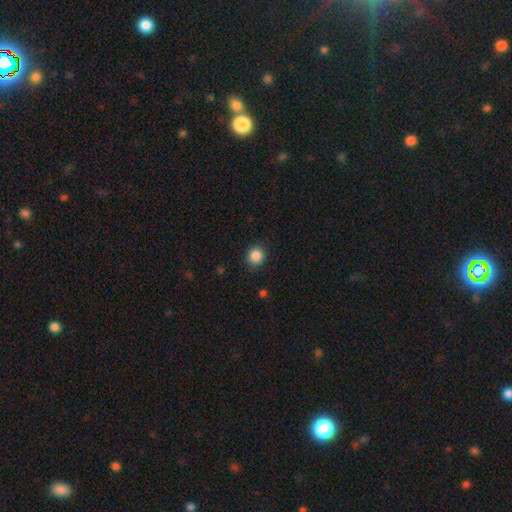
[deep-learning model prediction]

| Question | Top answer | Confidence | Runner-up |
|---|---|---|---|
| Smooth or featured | smooth | 87% | star or artifact (10%) |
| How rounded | round | 87% | in between (12%) |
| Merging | none | 89% | minor disturbance (7%) |